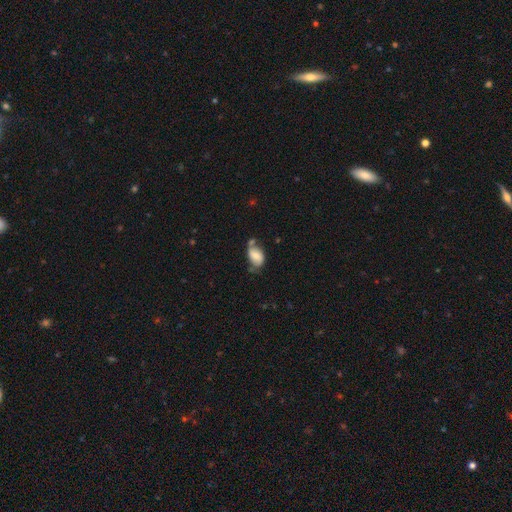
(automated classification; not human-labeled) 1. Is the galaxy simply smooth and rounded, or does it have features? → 61% smooth, 30% featured or disk, 8% star or artifact.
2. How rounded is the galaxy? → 88% in between, 10% round, 2% cigar-shaped.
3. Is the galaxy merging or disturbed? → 42% none, 29% minor disturbance, 18% merger, 11% major disturbance.